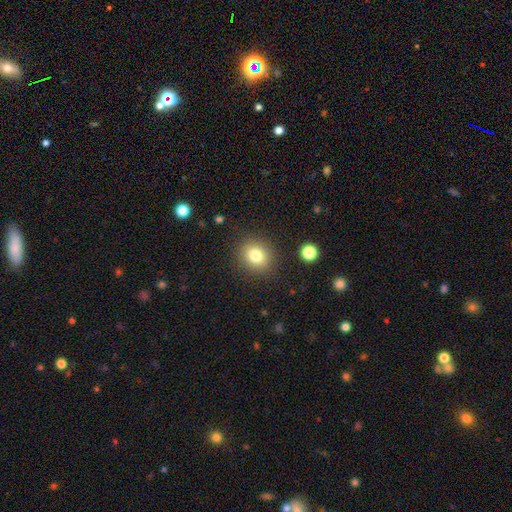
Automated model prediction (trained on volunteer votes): Overall: smooth (79%). How rounded: round (72%). Merging: none (87%).